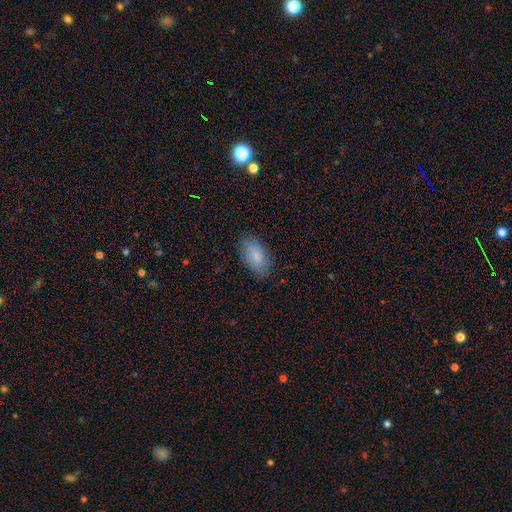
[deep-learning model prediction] Smooth or featured: smooth — 82% (featured or disk — 11%)
How rounded: in between — 93% (round — 4%)
Merging: none — 83% (minor disturbance — 13%)